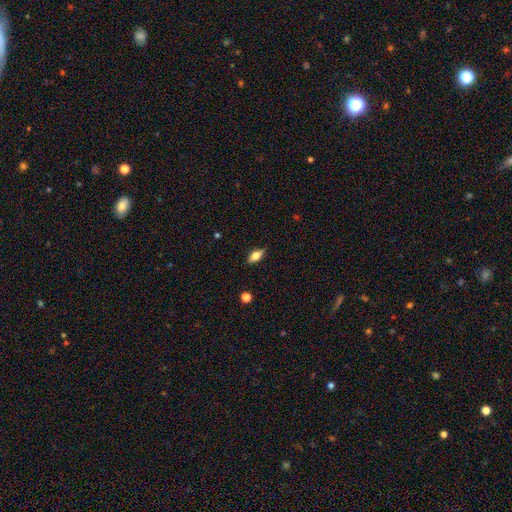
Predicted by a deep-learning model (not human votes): smooth_or_featured: smooth (p=0.67) [alt: featured or disk p=0.25]
how_rounded: in between (p=0.80) [alt: cigar-shaped p=0.16]
merging: none (p=0.86) [alt: minor disturbance p=0.10]